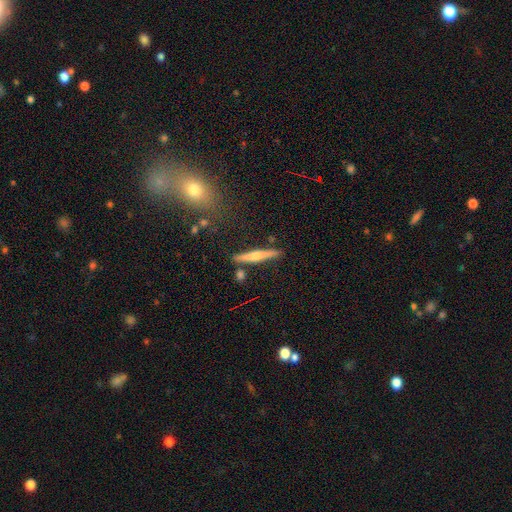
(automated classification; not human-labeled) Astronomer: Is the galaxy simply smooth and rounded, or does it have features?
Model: featured or disk — 49% (runner-up: smooth, 45%).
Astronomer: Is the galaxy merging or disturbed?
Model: none — 85%.